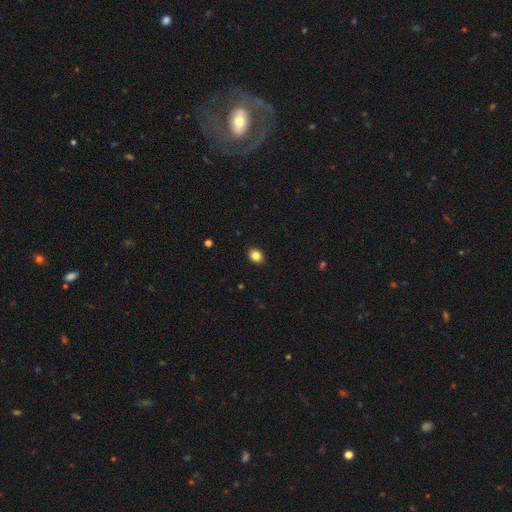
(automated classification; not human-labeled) Smooth or featured? smooth (85%)
How rounded? round (52%)
Merging? none (90%)